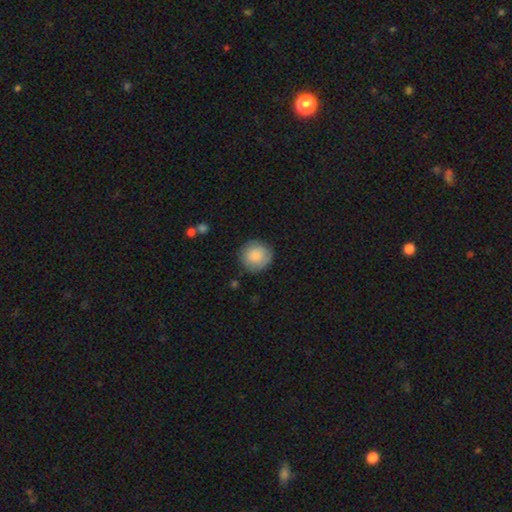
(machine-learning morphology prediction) A smooth galaxy with no disk features (85%) that is round (94%).

Vote fractions:
- Smooth or featured? smooth: 85% / featured or disk: 8% / star or artifact: 7%
- How rounded? round: 94% / in between: 5% / cigar-shaped: 1%
- Merging? none: 85% / minor disturbance: 11% / major disturbance: 3% / merger: 1%